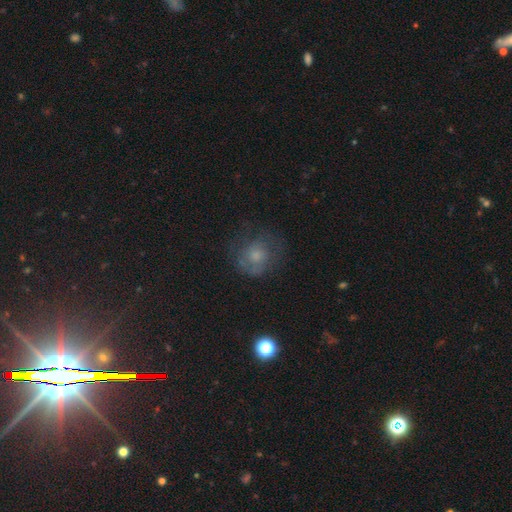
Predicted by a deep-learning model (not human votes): Overall: smooth (48%; featured or disk 39%). Merging: none (60%; minor disturbance 21%).